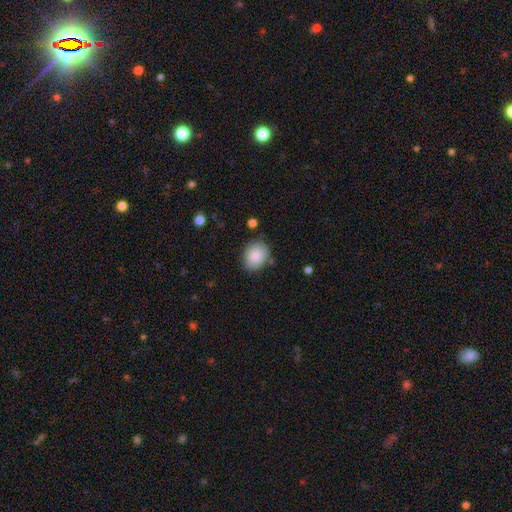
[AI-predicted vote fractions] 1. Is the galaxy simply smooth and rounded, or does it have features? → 85% smooth, 8% featured or disk, 7% star or artifact.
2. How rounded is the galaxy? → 51% in between, 48% round, 1% cigar-shaped.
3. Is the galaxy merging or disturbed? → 74% none, 18% minor disturbance, 4% major disturbance, 4% merger.